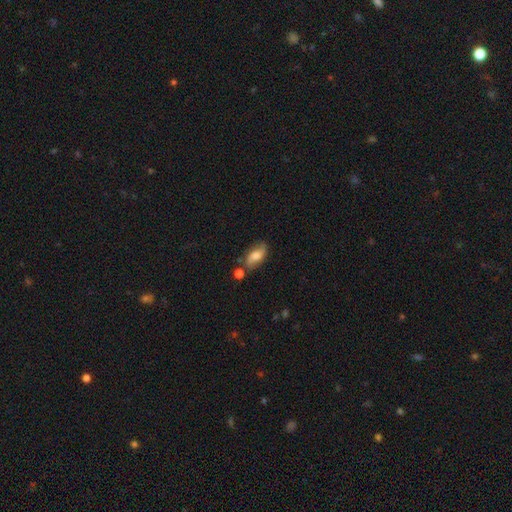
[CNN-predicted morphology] A smooth galaxy with no disk features (53%) that is in between round and cigar-shaped (85%). Merging: none (70%).